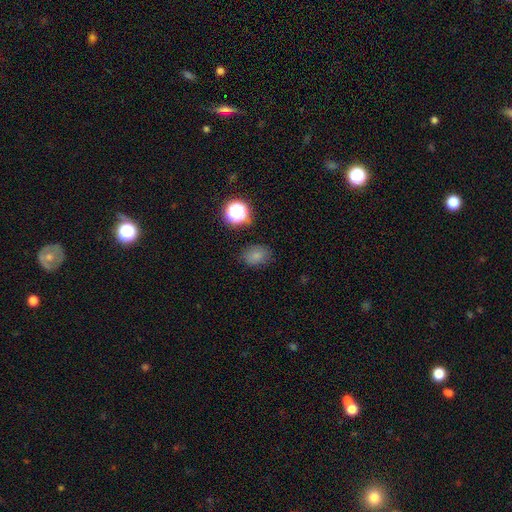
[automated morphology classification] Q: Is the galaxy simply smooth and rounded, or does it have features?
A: smooth — 77%.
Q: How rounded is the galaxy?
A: in between — 56%.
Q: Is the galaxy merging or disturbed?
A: none — 79%.